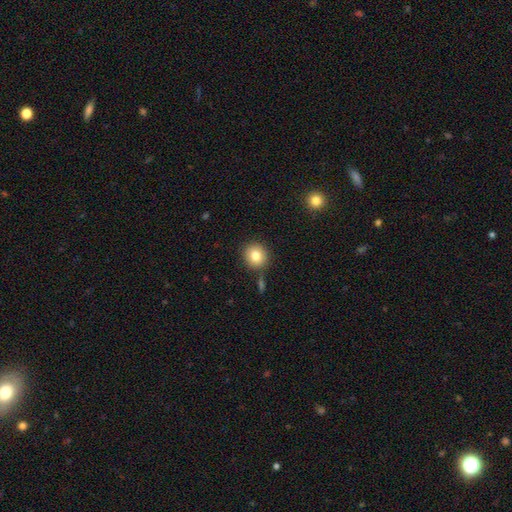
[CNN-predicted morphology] Smooth or featured: smooth — 81% (star or artifact — 10%)
How rounded: round — 86% (in between — 13%)
Merging: none — 84% (minor disturbance — 9%)